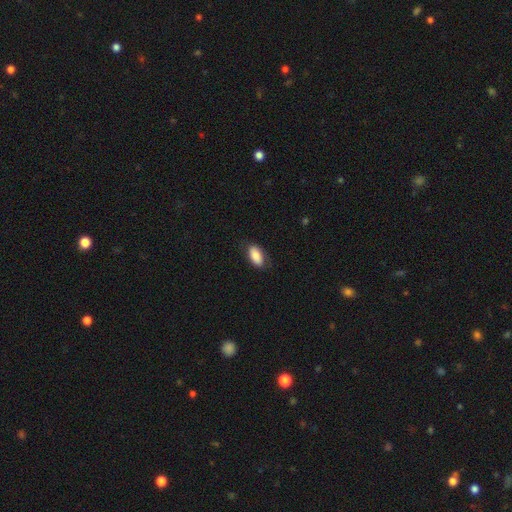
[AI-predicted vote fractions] Overall: smooth (81%). How rounded: in between (92%). Merging: none (75%).